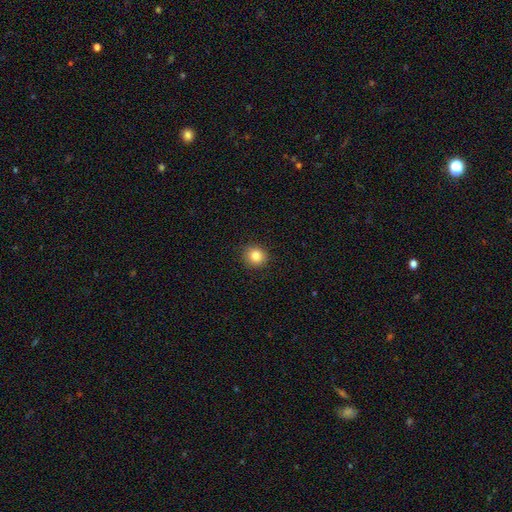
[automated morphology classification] Q: Smooth or featured?
A: smooth (85%); runner-up: star or artifact (10%)
Q: How rounded?
A: round (88%); runner-up: in between (11%)
Q: Merging?
A: none (90%); runner-up: minor disturbance (7%)